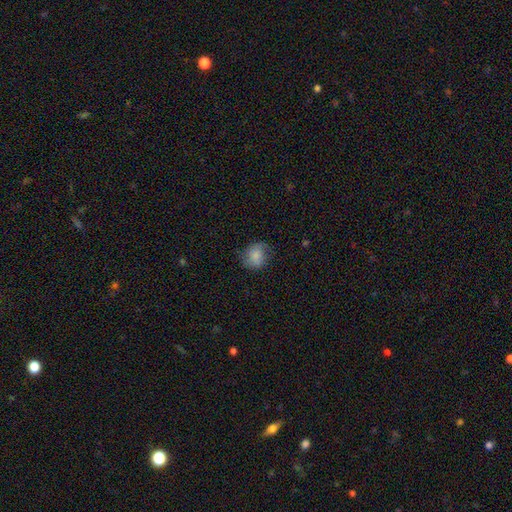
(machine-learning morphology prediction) The model was most divided on "how rounded": round: 66%, in between: 33%, cigar-shaped: 1%. More confident: smooth or featured — smooth (72%); merging — none (65%).